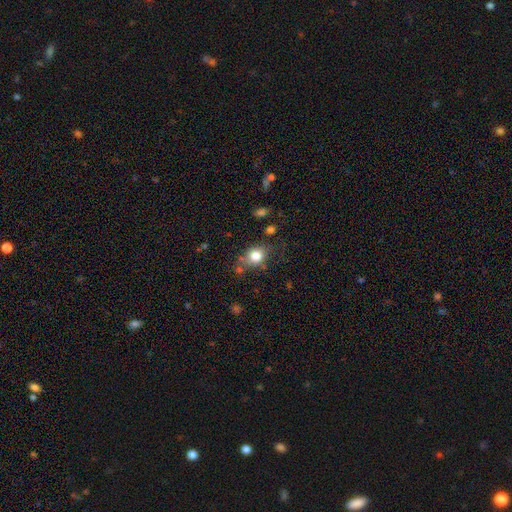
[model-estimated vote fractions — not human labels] This is likely a smooth galaxy (80%). How rounded: likely round (65%). Merging: likely none (66%).